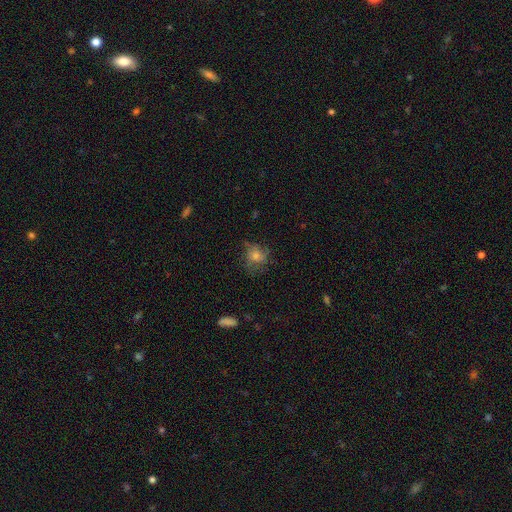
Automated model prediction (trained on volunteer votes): smooth_or_featured: smooth (p=0.48) [alt: featured or disk p=0.36]
merging: none (p=0.63) [alt: minor disturbance p=0.21]